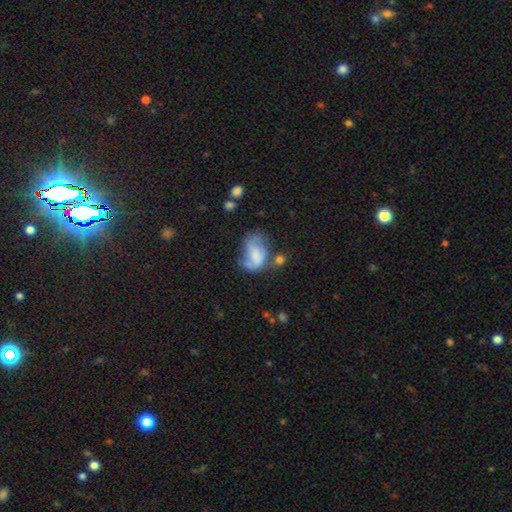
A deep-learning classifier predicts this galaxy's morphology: smooth 49%, featured or disk 41%, star or artifact 10%. Down the decision tree: merging — major disturbance (34%).